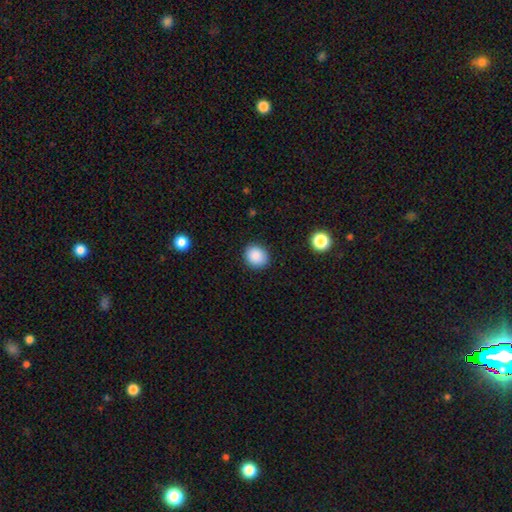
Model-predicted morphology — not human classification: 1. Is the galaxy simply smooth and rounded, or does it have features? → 88% smooth, 9% star or artifact, 3% featured or disk.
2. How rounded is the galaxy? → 73% round, 26% in between, 1% cigar-shaped.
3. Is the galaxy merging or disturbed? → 89% none, 8% minor disturbance, 2% major disturbance, 1% merger.